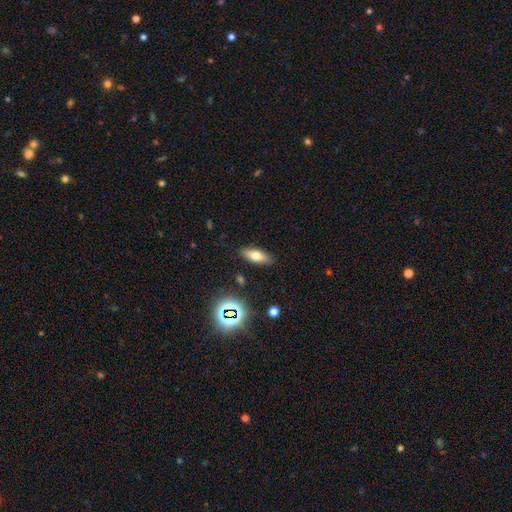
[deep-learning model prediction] A smooth galaxy with no disk features (66%) that is in between round and cigar-shaped (65%). Merging: none (87%).